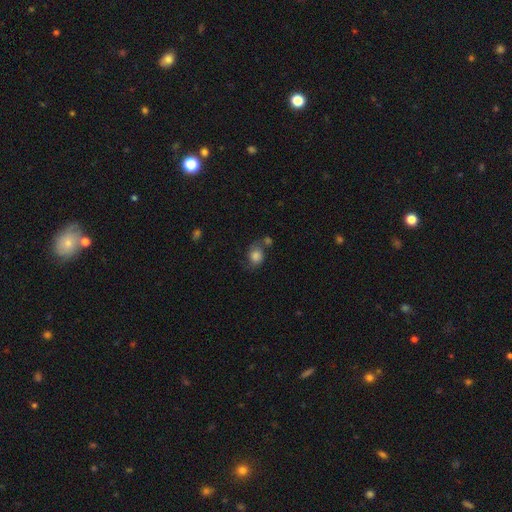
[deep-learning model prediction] Smooth or featured? Predicted: smooth (p=0.72). How rounded? Predicted: round (p=0.60). Merging? Predicted: none (p=0.48).